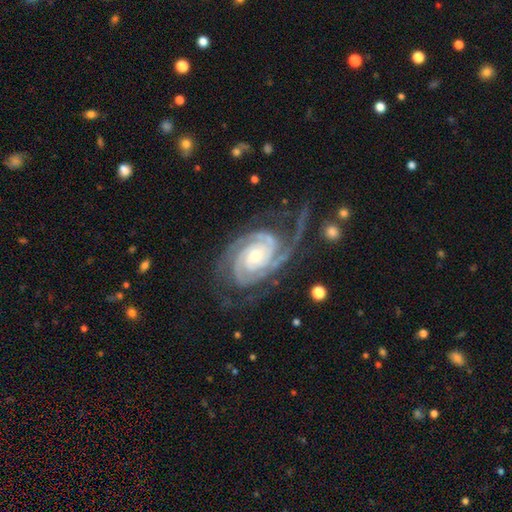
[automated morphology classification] This is clearly a featured or disk galaxy (94%). It is clearly not viewed edge-on (98%). Bar: likely no (63%). Spiral arm pattern: clearly yes (99%). Spiral arm count: likely 2 (66%). Spiral winding: likely tight (76%). Central bulge: possibly small (50%). Merging: likely none (65%).